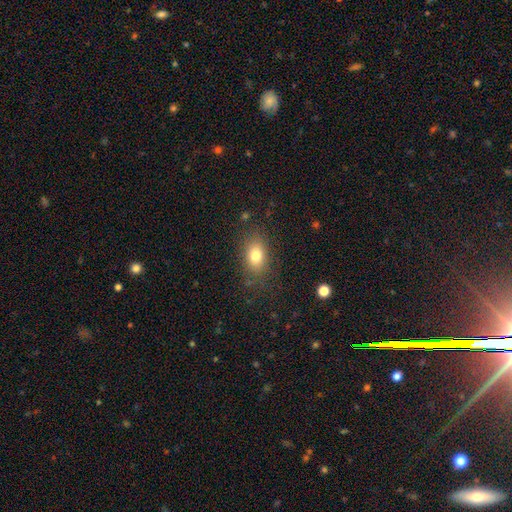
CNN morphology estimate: Smooth or featured: smooth — 79% (star or artifact — 11%)
How rounded: in between — 78% (round — 20%)
Merging: none — 82% (minor disturbance — 12%)